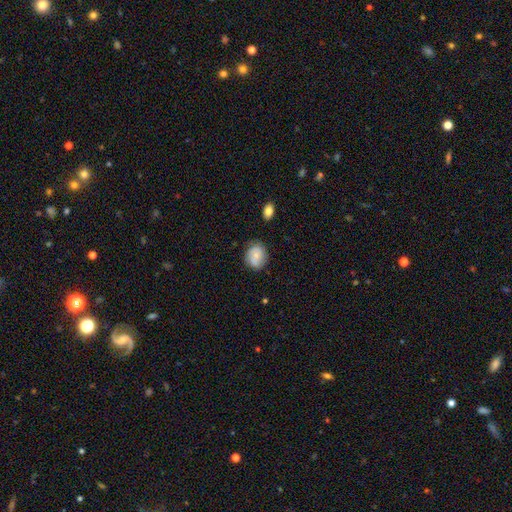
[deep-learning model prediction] A smooth galaxy with no disk features (67%) that is round (56%). Merging: none (70%).